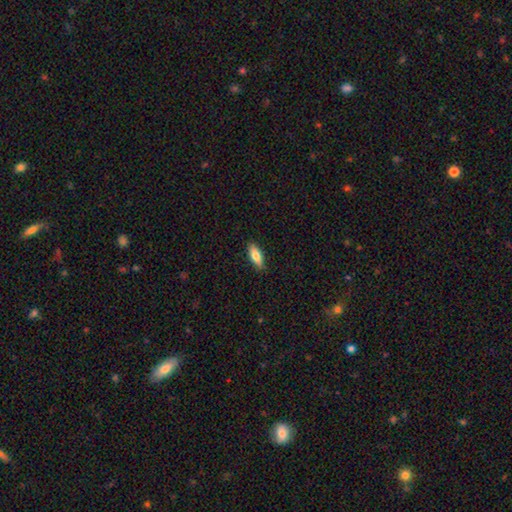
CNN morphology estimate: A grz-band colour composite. It shows a smooth galaxy with no disk features (76%) that is in between round and cigar-shaped (68%). Merging: none (88%).